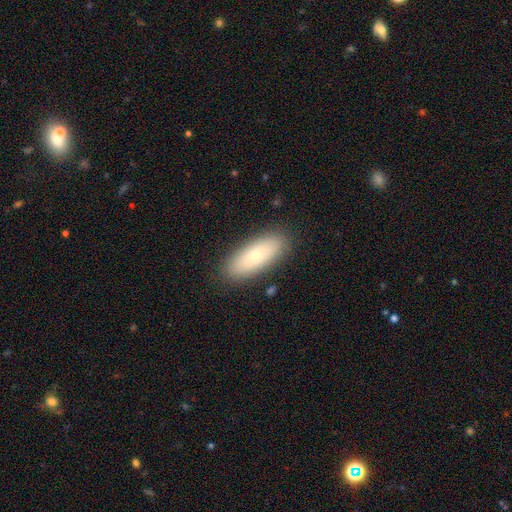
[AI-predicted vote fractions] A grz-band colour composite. It shows a smooth galaxy with no disk features (79%) that is in between round and cigar-shaped (71%). Merging: none (87%).